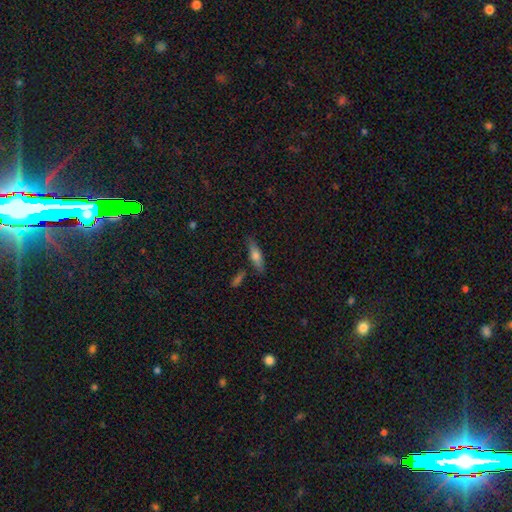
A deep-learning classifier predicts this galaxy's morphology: Q: Smooth or featured?
A: smooth (64%); runner-up: featured or disk (28%)
Q: How rounded?
A: cigar-shaped (51%); runner-up: in between (47%)
Q: Merging?
A: none (78%); runner-up: minor disturbance (14%)